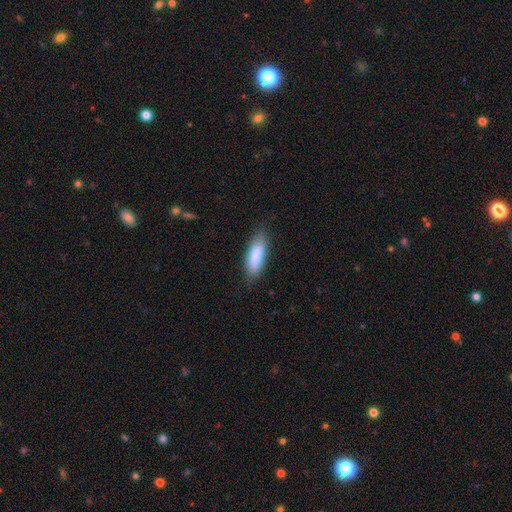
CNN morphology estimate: Q: Smooth or featured?
A: smooth (86%); runner-up: featured or disk (9%)
Q: How rounded?
A: in between (68%); runner-up: cigar-shaped (30%)
Q: Merging?
A: none (81%); runner-up: minor disturbance (15%)